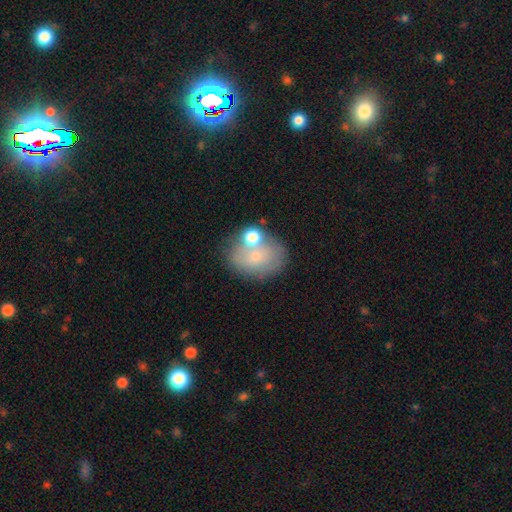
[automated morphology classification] Overall: smooth (62%; featured or disk 27%). How rounded: in between (55%; round 44%). Merging: none (49%; merger 26%).